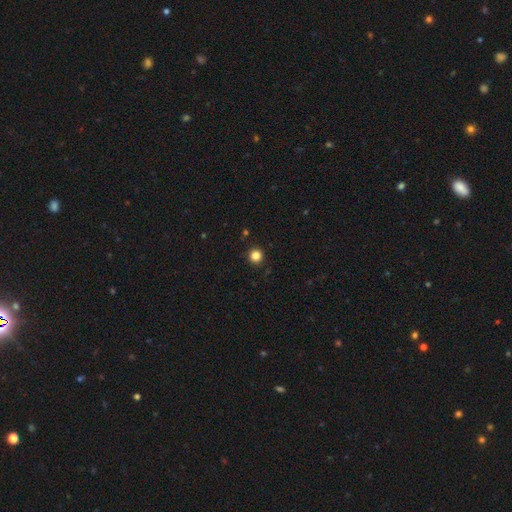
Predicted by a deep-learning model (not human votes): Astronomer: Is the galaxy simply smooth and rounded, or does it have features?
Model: smooth — 84%.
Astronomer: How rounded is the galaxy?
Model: round — 96%.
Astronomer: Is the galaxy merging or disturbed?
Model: none — 93%.